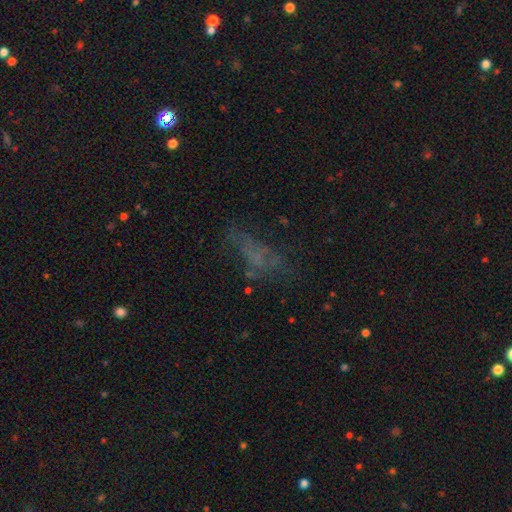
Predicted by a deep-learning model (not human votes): Overall: smooth (38%; star or artifact 33%). Merging: none (50%; major disturbance 25%).